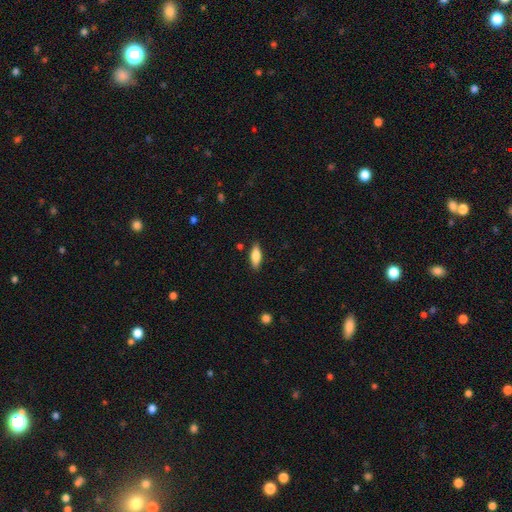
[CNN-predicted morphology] Smooth or featured?
  - smooth: 76% *
  - featured or disk: 18%
  - star or artifact: 6%
How rounded?
  - in between: 70% *
  - cigar-shaped: 28%
  - round: 2%
Merging?
  - none: 86% *
  - minor disturbance: 10%
  - major disturbance: 2%
  - merger: 1%